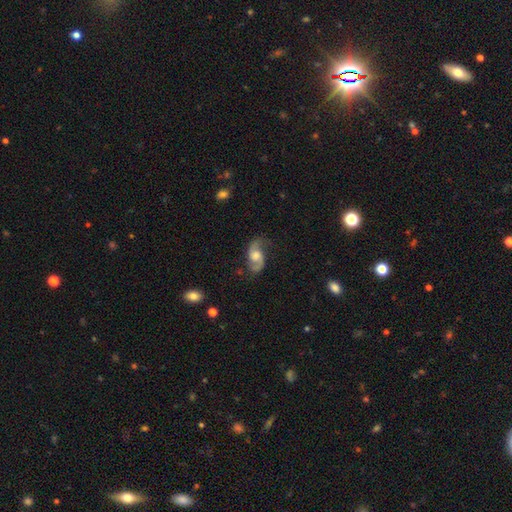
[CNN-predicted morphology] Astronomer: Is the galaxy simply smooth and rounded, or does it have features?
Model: featured or disk — 83%.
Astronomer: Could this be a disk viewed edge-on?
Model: no — 97%.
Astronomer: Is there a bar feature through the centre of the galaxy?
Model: no — 60%.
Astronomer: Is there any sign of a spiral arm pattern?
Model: yes — 95%.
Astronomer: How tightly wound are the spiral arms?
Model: loose — 48% (runner-up: medium, 42%).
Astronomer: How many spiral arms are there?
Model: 2 — 92%.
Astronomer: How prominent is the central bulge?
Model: moderate — 54%.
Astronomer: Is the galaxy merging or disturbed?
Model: none — 71%.